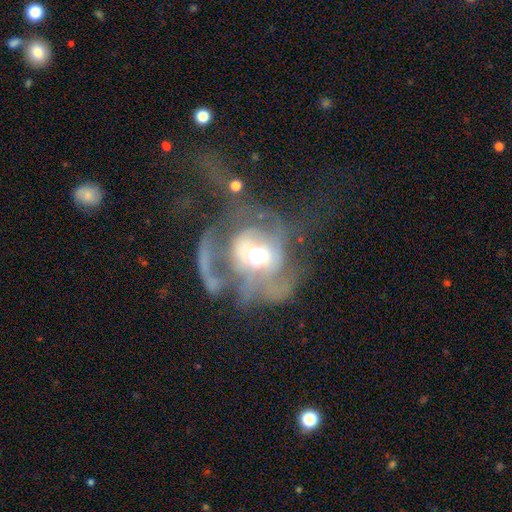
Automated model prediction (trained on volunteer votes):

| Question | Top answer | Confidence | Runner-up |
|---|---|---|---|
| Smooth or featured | featured or disk | 72% | smooth (19%) |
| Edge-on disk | no | 96% | yes (4%) |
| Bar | no | 70% | weak (23%) |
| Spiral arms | yes | 61% | no (39%) |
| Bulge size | moderate | 67% | large (18%) |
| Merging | major disturbance | 57% | merger (17%) |